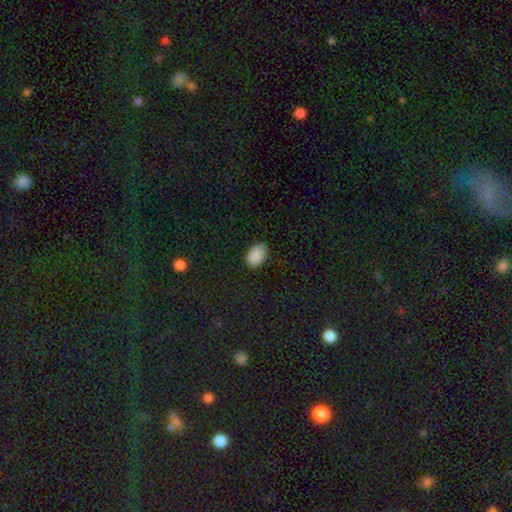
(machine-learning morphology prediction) The model was most divided on "merging": none: 80%, minor disturbance: 16%, major disturbance: 3%, merger: 1%. More confident: how rounded — in between (91%); smooth or featured — smooth (89%).